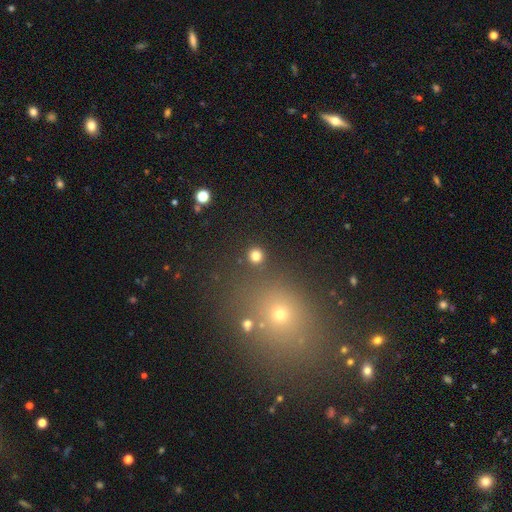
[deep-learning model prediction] Smooth or featured? Predicted: smooth (p=0.80). How rounded? Predicted: round (p=0.93). Merging? Predicted: none (p=0.88).